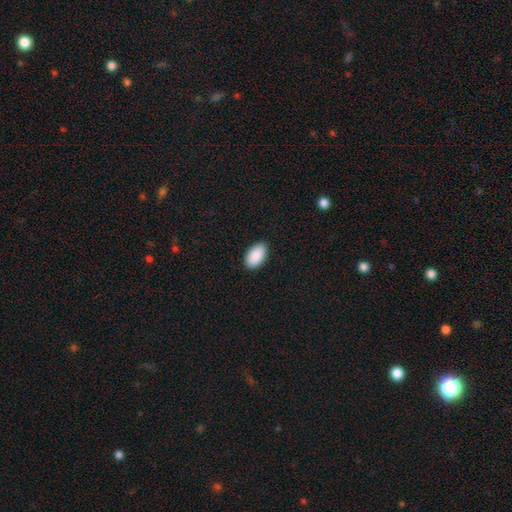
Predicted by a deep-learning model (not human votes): Smooth or featured? Predicted: smooth (p=0.91). How rounded? Predicted: in between (p=0.96). Merging? Predicted: none (p=0.89).